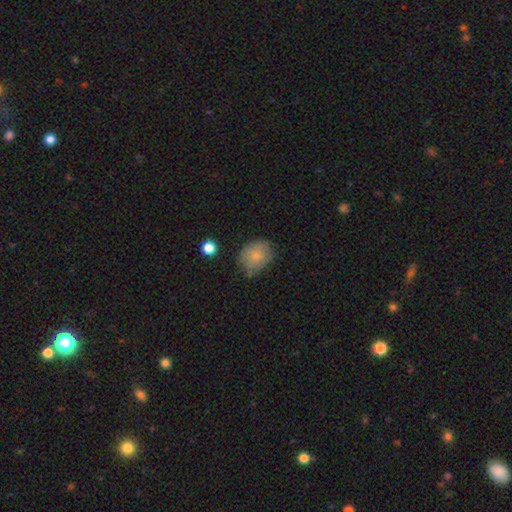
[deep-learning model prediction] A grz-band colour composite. It shows a smooth galaxy with no disk features (73%) that is in between round and cigar-shaped (56%). Merging: none (53%).